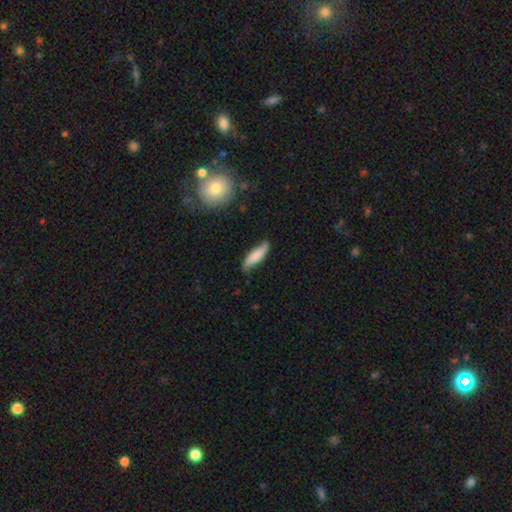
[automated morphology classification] Smooth or featured: smooth — 69% (featured or disk — 25%)
How rounded: cigar-shaped — 58% (in between — 40%)
Merging: none — 70% (minor disturbance — 24%)